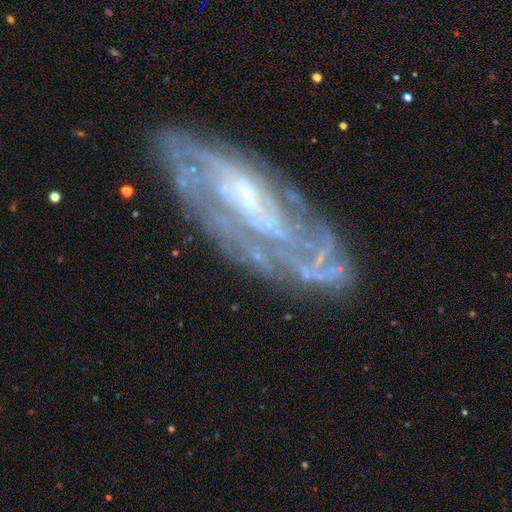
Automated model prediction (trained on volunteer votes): The model was most divided on "spiral arm count": can't tell: 39%, 2: 29%, 3: 10%, 1: 8%, 4: 7%, more than 4: 7%. Remaining: edge-on disk — no (88%); smooth or featured — featured or disk (78%); spiral arms — yes (77%); merging — none (58%); bar — no (48%); spiral winding — tight (47%); bulge size — small (45%).